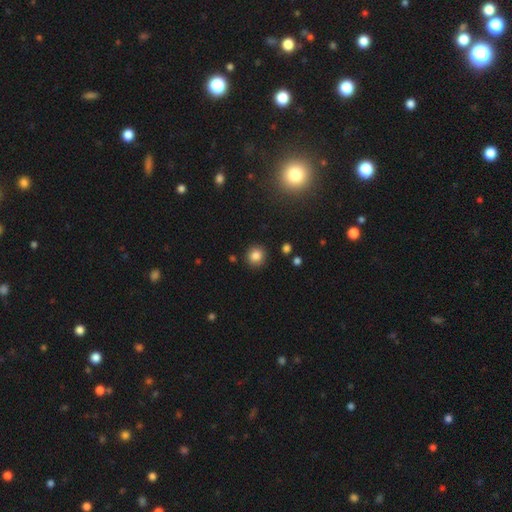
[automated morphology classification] This is clearly a smooth galaxy (84%). How rounded: clearly round (91%). Merging: clearly none (89%).